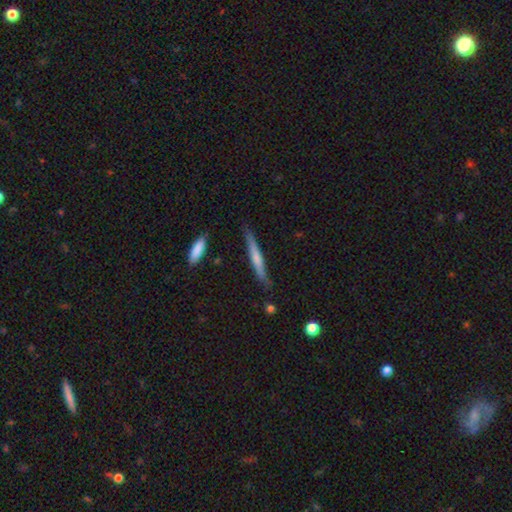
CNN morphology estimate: Q: Smooth or featured?
A: featured or disk (61%); runner-up: smooth (31%)
Q: Edge-on disk?
A: yes (96%); runner-up: no (4%)
Q: Edge-on bulge?
A: rounded (61%); runner-up: none (30%)
Q: Merging?
A: none (87%); runner-up: minor disturbance (9%)